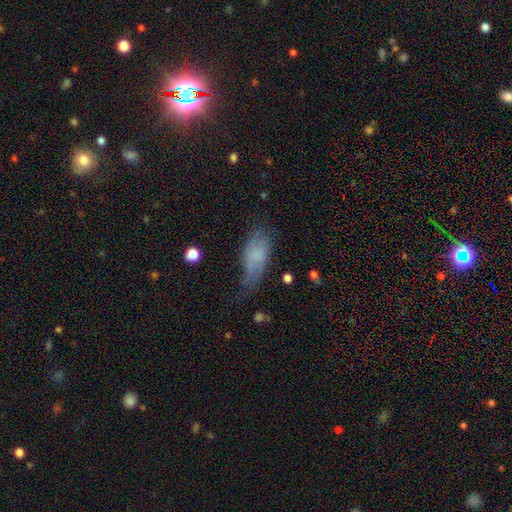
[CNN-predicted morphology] Smooth or featured: smooth — 66% (featured or disk — 25%)
How rounded: in between — 84% (cigar-shaped — 13%)
Merging: none — 38% (minor disturbance — 37%)